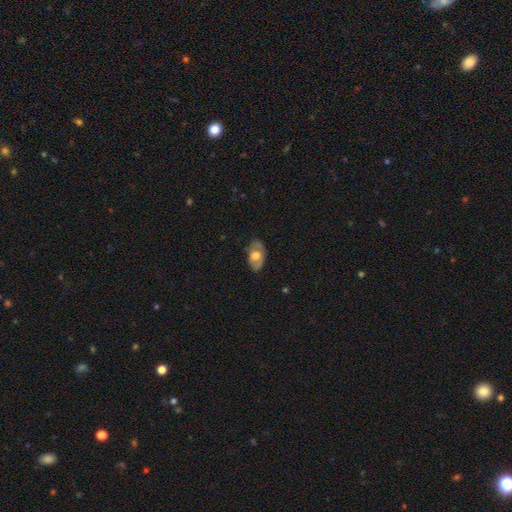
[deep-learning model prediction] Smooth or featured? Predicted: smooth (p=0.54). How rounded? Predicted: in between (p=0.90). Merging? Predicted: none (p=0.73).